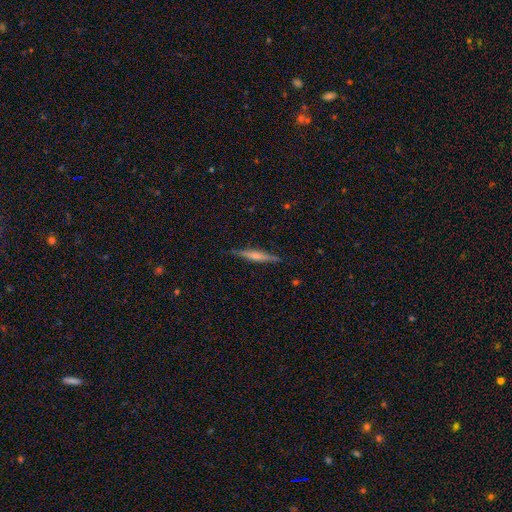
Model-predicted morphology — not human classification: Q: Smooth or featured?
A: featured or disk (60%); runner-up: smooth (33%)
Q: Edge-on disk?
A: yes (97%); runner-up: no (3%)
Q: Edge-on bulge?
A: rounded (58%); runner-up: none (23%)
Q: Merging?
A: none (87%); runner-up: minor disturbance (10%)